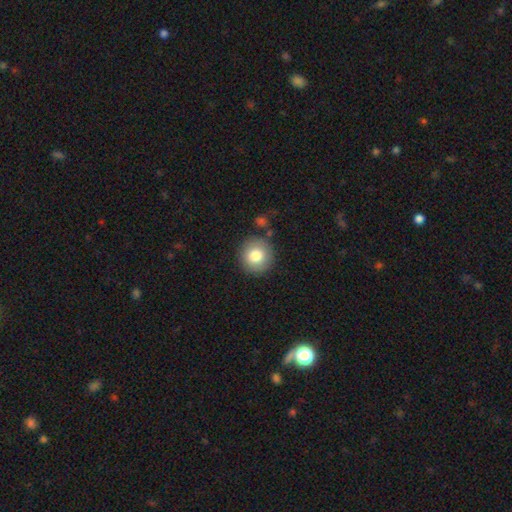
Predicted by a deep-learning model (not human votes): The model was most divided on "smooth or featured": smooth: 81%, featured or disk: 10%, star or artifact: 9%. More confident: how rounded — round (93%); merging — none (84%).